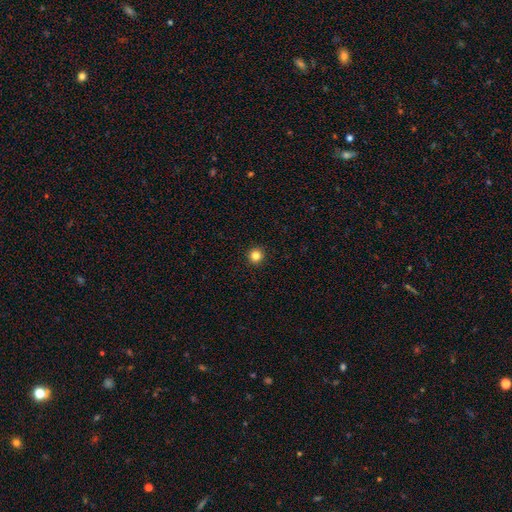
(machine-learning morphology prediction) Smooth or featured?
  - smooth: 84% *
  - star or artifact: 12%
  - featured or disk: 4%
How rounded?
  - round: 95% *
  - in between: 4%
  - cigar-shaped: 1%
Merging?
  - none: 94% *
  - minor disturbance: 4%
  - major disturbance: 1%
  - merger: 1%